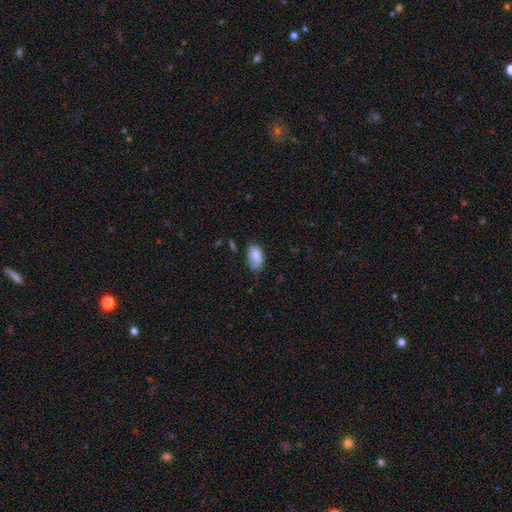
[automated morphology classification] Smooth or featured? Predicted: smooth (p=0.85). How rounded? Predicted: in between (p=0.93). Merging? Predicted: none (p=0.59).